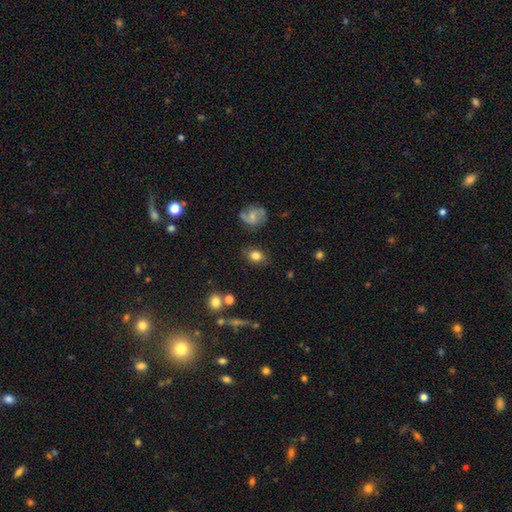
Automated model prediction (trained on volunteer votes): smooth_or_featured: smooth (p=0.78) [alt: featured or disk p=0.12]
how_rounded: in between (p=0.64) [alt: round p=0.34]
merging: none (p=0.77) [alt: minor disturbance p=0.16]